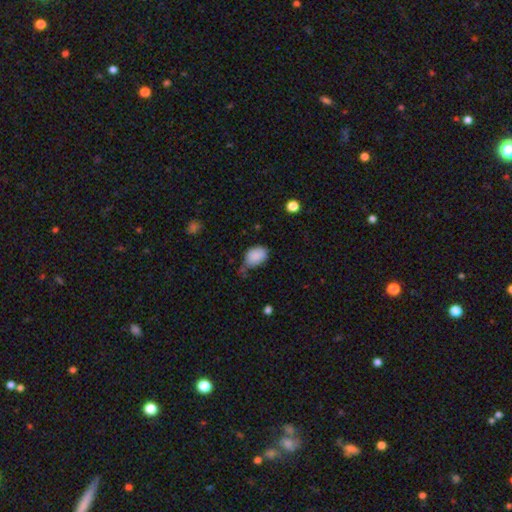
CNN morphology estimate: Q: Smooth or featured?
A: smooth (88%); runner-up: star or artifact (8%)
Q: How rounded?
A: in between (80%); runner-up: round (19%)
Q: Merging?
A: none (53%); runner-up: minor disturbance (35%)